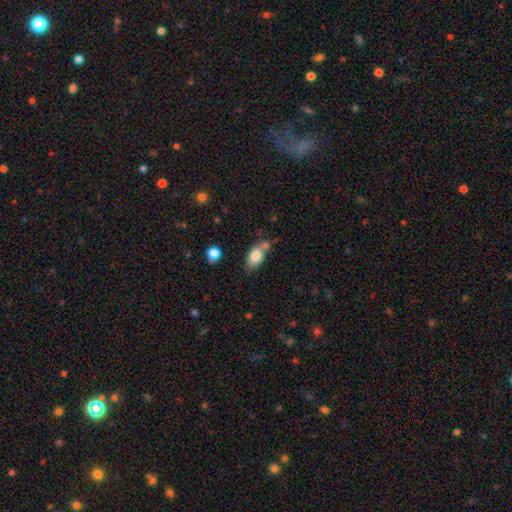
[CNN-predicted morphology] This is clearly a smooth galaxy (80%). How rounded: clearly in between (87%). Merging: possibly none (53%).